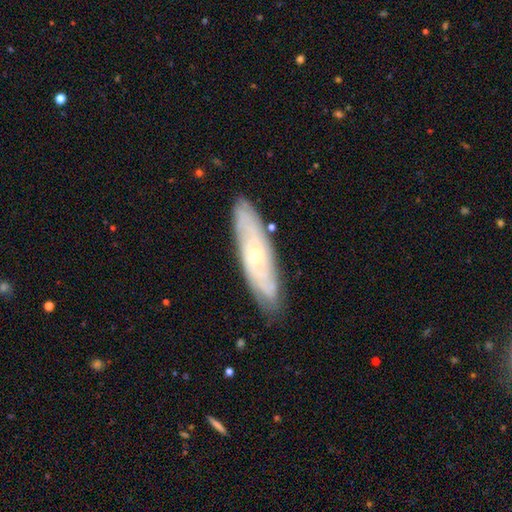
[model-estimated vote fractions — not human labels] featured or disk 74%, smooth 20%, star or artifact 6%. Down the decision tree: edge-on disk — no (73%); bar — no (75%); spiral arms — yes (82%); bulge size — small (65%); merging — none (83%).